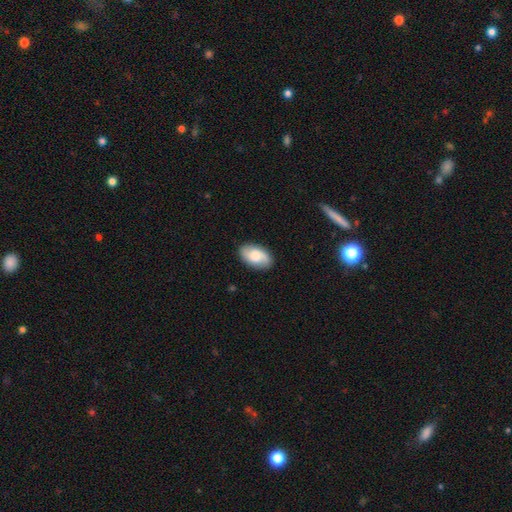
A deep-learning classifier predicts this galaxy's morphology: type=smooth (51%); roundness=in between (93%); merging=none (85%).